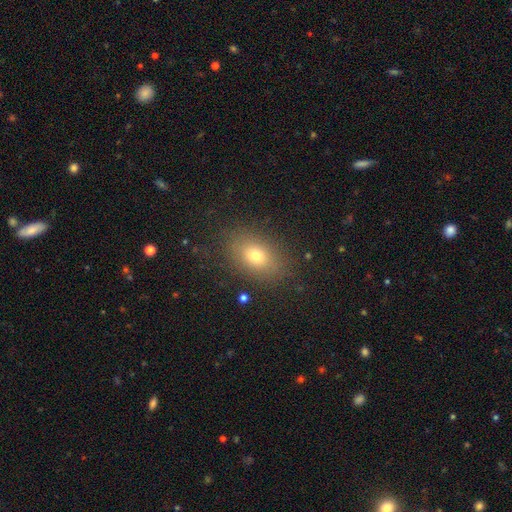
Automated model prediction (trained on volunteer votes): Smooth or featured? Predicted: smooth (p=0.74). How rounded? Predicted: in between (p=0.80). Merging? Predicted: none (p=0.85).